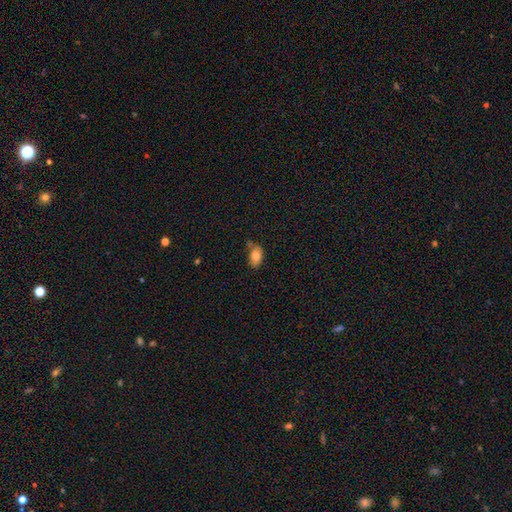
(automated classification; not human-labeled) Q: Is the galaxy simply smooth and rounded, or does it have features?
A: smooth — 78%.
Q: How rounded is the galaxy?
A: in between — 84%.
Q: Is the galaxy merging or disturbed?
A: none — 53%.